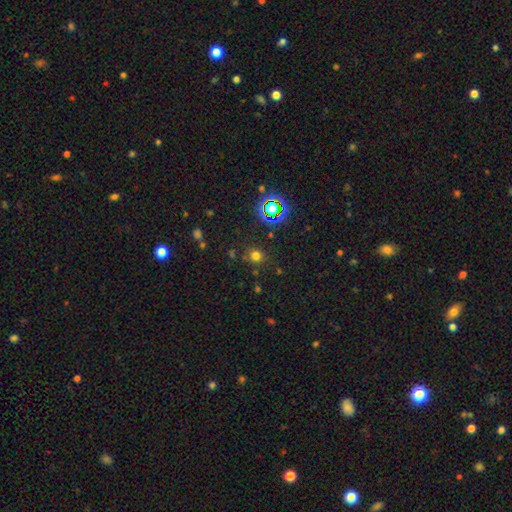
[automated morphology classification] Overall: smooth (68%). How rounded: round (87%). Merging: none (83%).